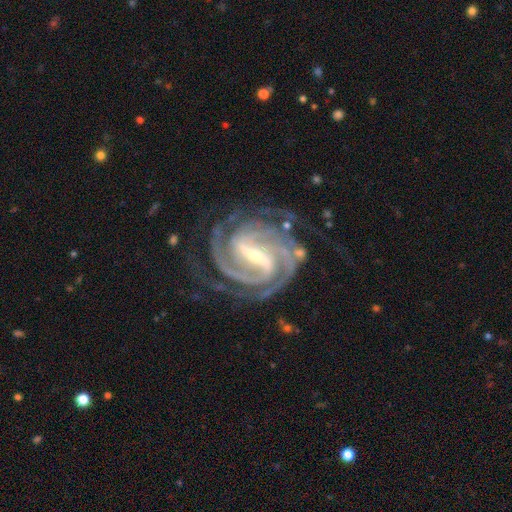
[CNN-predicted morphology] This appears to be a featured or disk galaxy (94%) with a strong bar (72%), 3 (33%) tight (66%) spiral arms (99%) and a small central bulge (71%). Merging: none (75%).